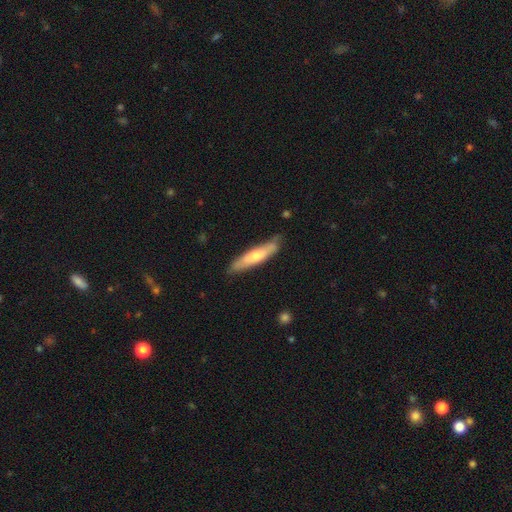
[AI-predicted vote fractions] A smooth galaxy with no disk features (55%) that is cigar-shaped (84%). Merging: none (78%).